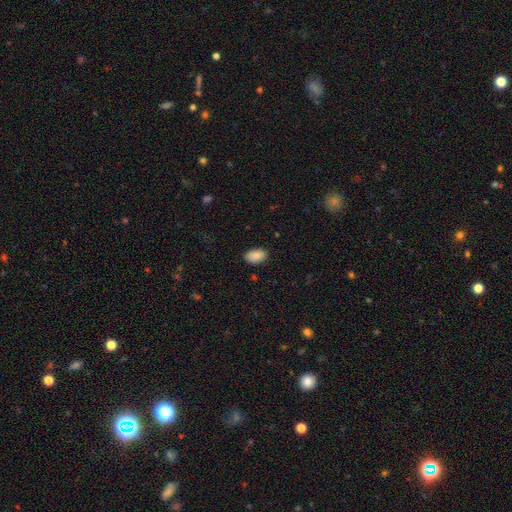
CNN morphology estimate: smooth_or_featured: smooth (p=0.89) [alt: star or artifact p=0.07]
how_rounded: in between (p=0.91) [alt: round p=0.07]
merging: none (p=0.87) [alt: minor disturbance p=0.10]